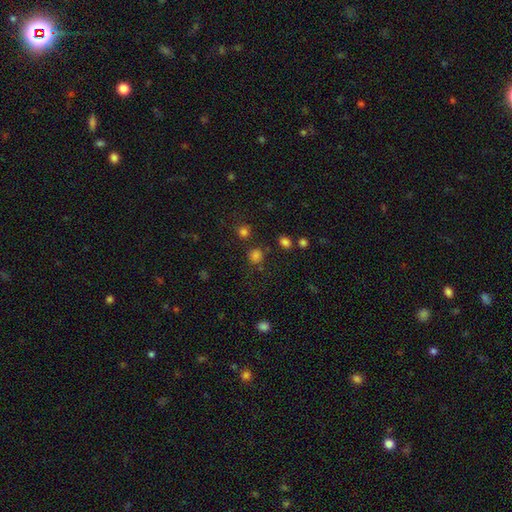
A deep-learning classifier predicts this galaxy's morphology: smooth 75%, star or artifact 20%, featured or disk 5%. Down the decision tree: how rounded — round (86%); merging — none (77%).